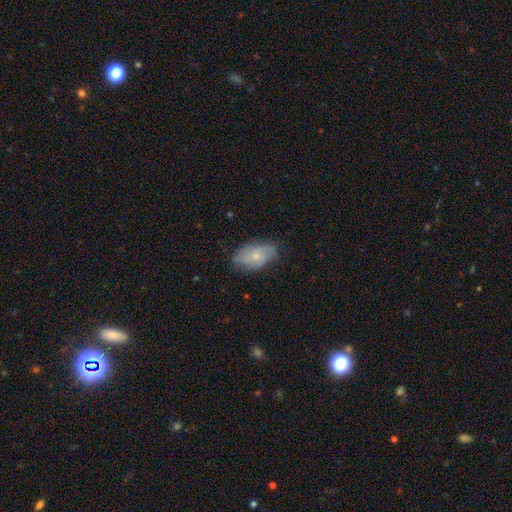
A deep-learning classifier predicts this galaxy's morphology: Smooth or featured: smooth — 56% (featured or disk — 37%)
How rounded: in between — 91% (round — 7%)
Merging: none — 70% (minor disturbance — 24%)